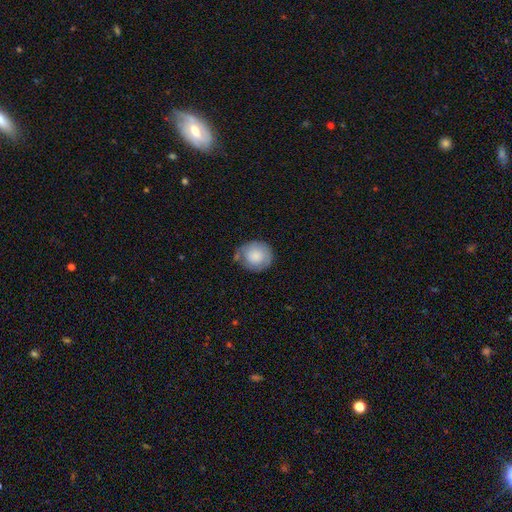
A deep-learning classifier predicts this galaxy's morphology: smooth 76%, featured or disk 18%, star or artifact 7%. Down the decision tree: how rounded — round (83%); merging — none (61%).